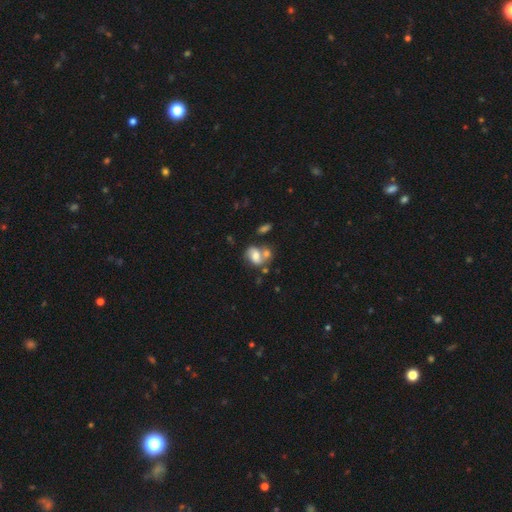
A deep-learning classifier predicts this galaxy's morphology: This appears to be a smooth galaxy with no disk features (52%) that is in between round and cigar-shaped (68%). Merging: merger (40%).